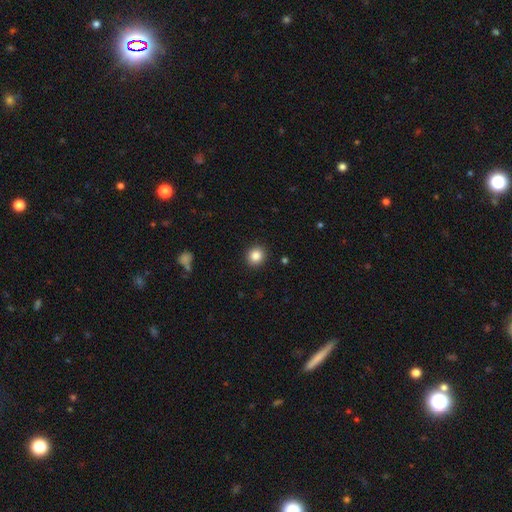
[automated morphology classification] A smooth galaxy with no disk features (86%) that is round (87%). Merging: none (91%).